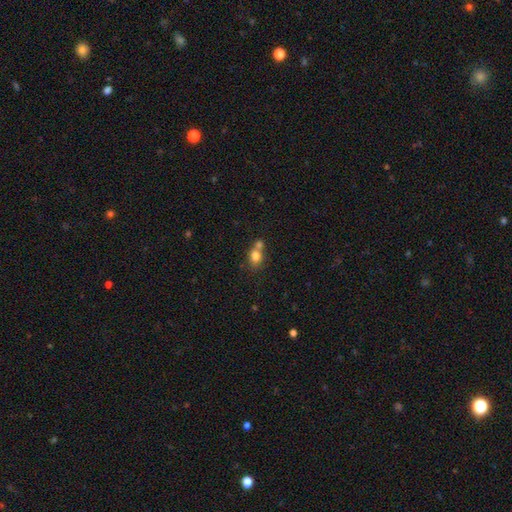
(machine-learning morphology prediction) Smooth or featured? Predicted: smooth (p=0.78). How rounded? Predicted: round (p=0.50). Merging? Predicted: merger (p=0.48).